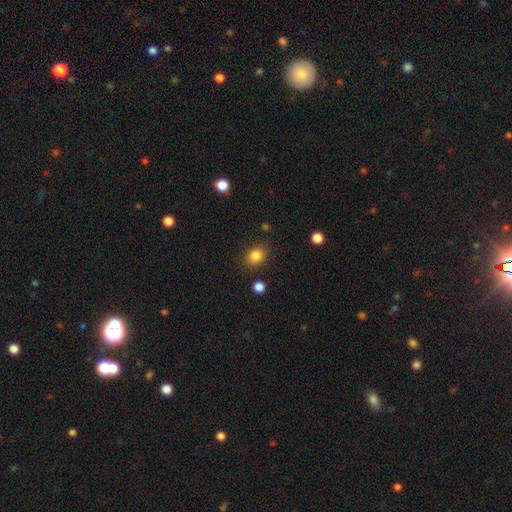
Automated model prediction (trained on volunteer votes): Q: Smooth or featured?
A: smooth (85%); runner-up: star or artifact (11%)
Q: How rounded?
A: round (54%); runner-up: in between (45%)
Q: Merging?
A: none (85%); runner-up: minor disturbance (10%)